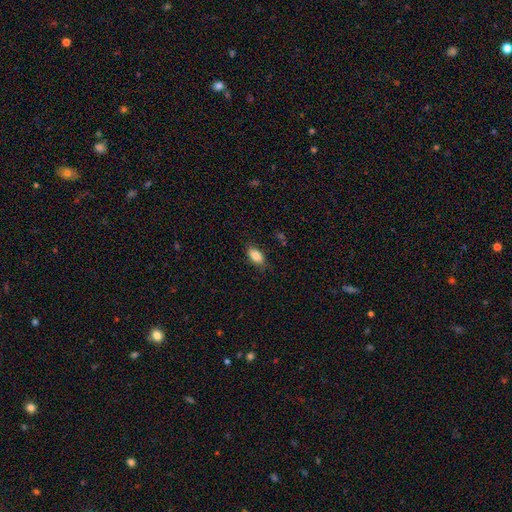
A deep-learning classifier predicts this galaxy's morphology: This is clearly a smooth galaxy (84%). How rounded: clearly in between (89%). Merging: likely none (79%).